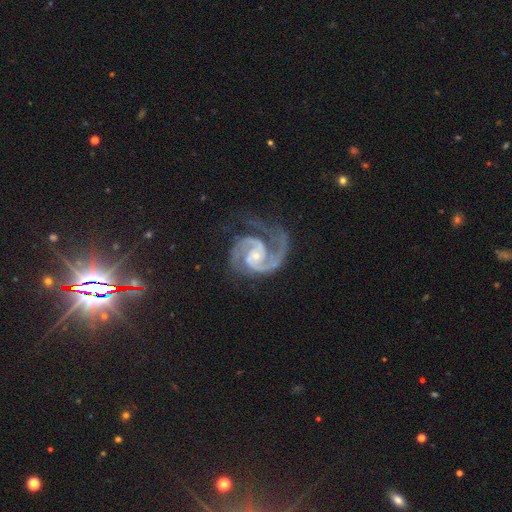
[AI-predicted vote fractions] Smooth or featured?
  - featured or disk: 94% *
  - star or artifact: 4%
  - smooth: 2%
Edge-on disk?
  - no: 98% *
  - yes: 2%
Bar?
  - no: 61% *
  - weak: 30%
  - strong: 9%
Spiral arms?
  - yes: 99% *
  - no: 1%
Spiral winding?
  - medium: 54% *
  - tight: 38%
  - loose: 8%
Spiral arm count?
  - 2: 87% *
  - 3: 5%
  - 1: 2%
  - can't tell: 2%
  - 4: 2%
  - more than 4: 1%
Bulge size?
  - small: 68% *
  - moderate: 27%
  - none: 3%
  - large: 1%
  - dominant: 1%
Merging?
  - none: 57% *
  - minor disturbance: 21%
  - major disturbance: 19%
  - merger: 2%